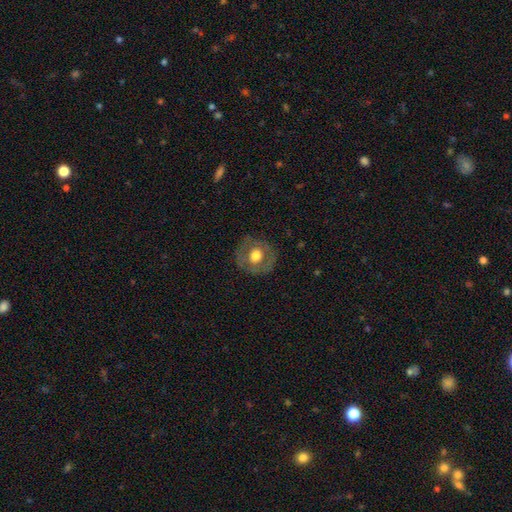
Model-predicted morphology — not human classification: smooth-or-featured: smooth: 52% | featured or disk: 40% | star or artifact: 8%
  how-rounded: round: 87% | in between: 12% | cigar-shaped: 1%
  merging: none: 80% | minor disturbance: 13% | major disturbance: 5% | merger: 1%